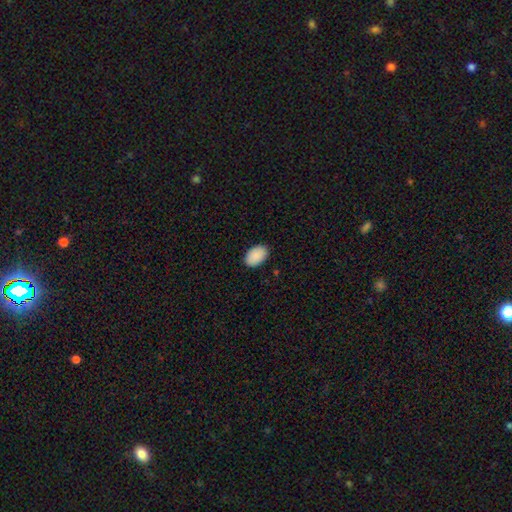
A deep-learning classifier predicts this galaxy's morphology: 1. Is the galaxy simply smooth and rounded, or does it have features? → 91% smooth, 6% star or artifact, 3% featured or disk.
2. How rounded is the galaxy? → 92% in between, 7% round, 1% cigar-shaped.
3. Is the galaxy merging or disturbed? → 88% none, 9% minor disturbance, 2% major disturbance, 1% merger.